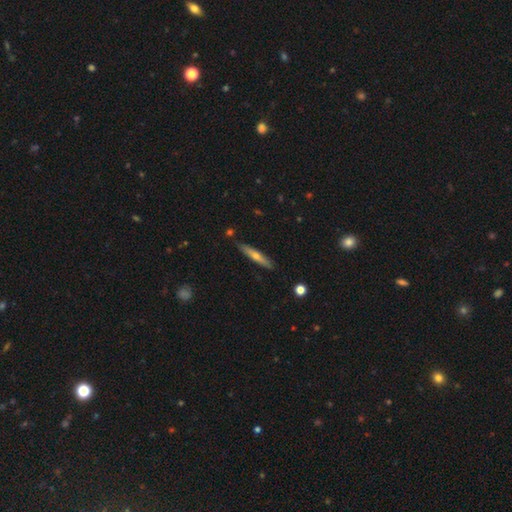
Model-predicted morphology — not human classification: The model was most divided on "smooth or featured": featured or disk: 55%, smooth: 39%, star or artifact: 6%. More confident: edge-on disk — yes (94%); merging — none (89%); edge-on bulge — rounded (79%).